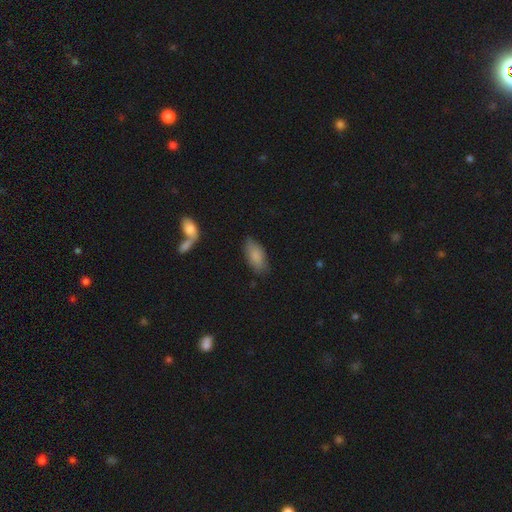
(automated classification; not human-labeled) This is clearly a smooth galaxy (83%). How rounded: clearly in between (90%). Merging: likely none (76%).